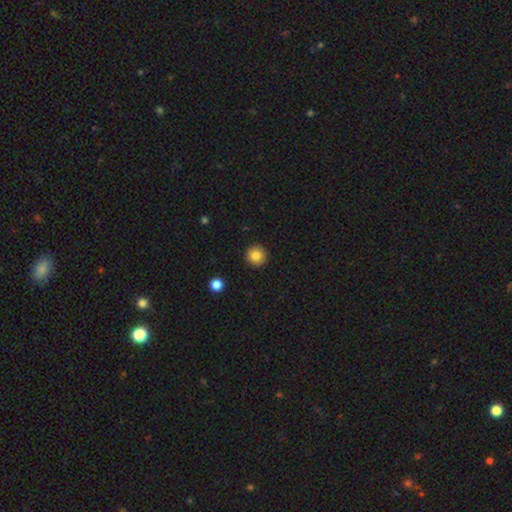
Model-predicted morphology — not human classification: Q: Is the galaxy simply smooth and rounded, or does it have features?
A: smooth — 84%.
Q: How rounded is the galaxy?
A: round — 95%.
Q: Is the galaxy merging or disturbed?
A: none — 92%.